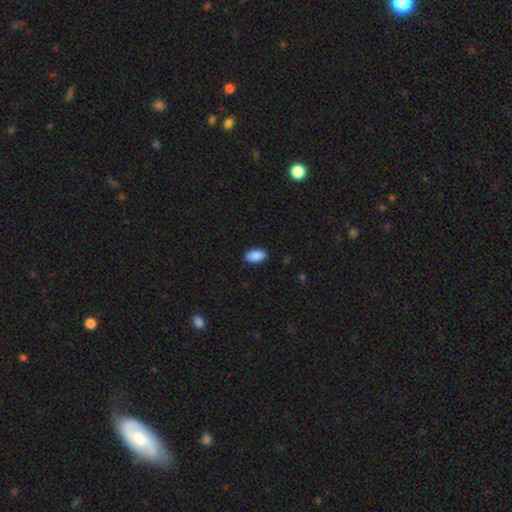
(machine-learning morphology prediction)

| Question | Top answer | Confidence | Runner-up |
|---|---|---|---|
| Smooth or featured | smooth | 90% | star or artifact (7%) |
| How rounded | in between | 94% | round (3%) |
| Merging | none | 89% | minor disturbance (8%) |